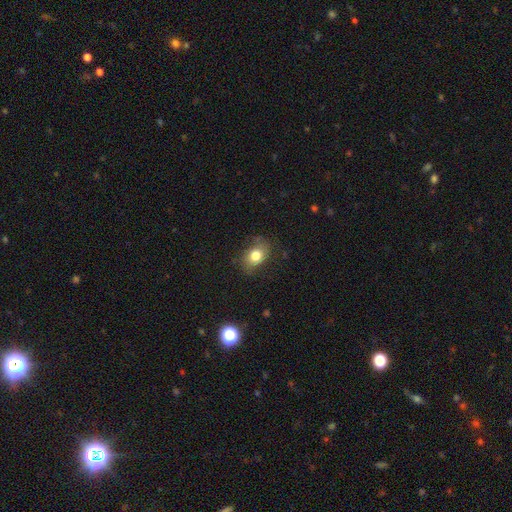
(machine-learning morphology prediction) smooth_or_featured: smooth (p=0.75) [alt: featured or disk p=0.15]
how_rounded: in between (p=0.66) [alt: round p=0.32]
merging: none (p=0.71) [alt: minor disturbance p=0.20]